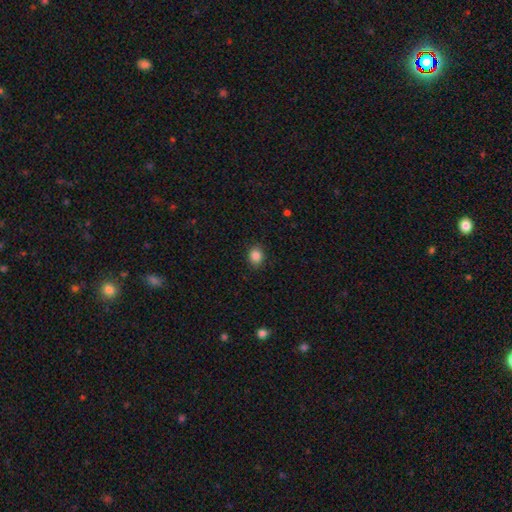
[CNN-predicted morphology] Smooth or featured? Predicted: smooth (p=0.86). How rounded? Predicted: round (p=0.65). Merging? Predicted: none (p=0.89).